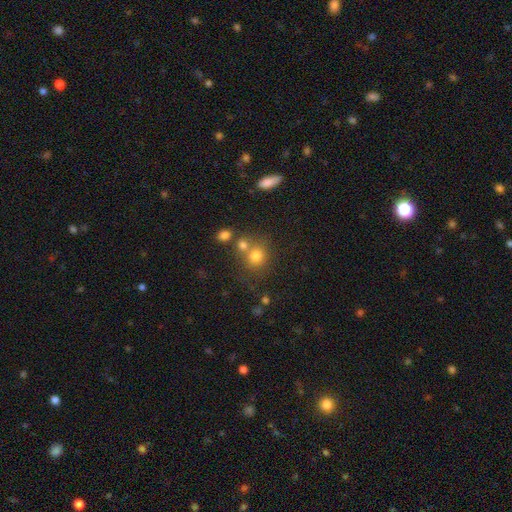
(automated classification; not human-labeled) Smooth or featured? smooth (76%)
How rounded? round (81%)
Merging? none (56%)